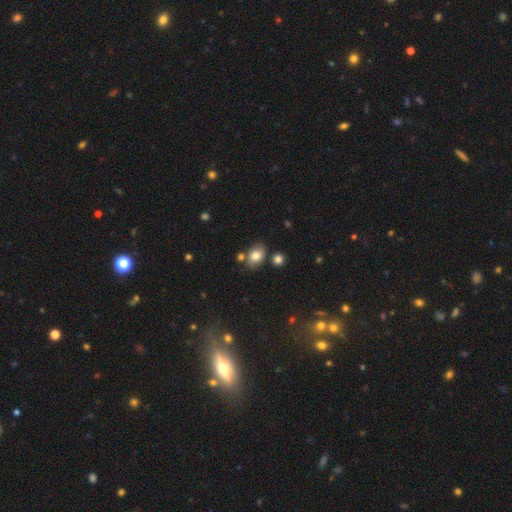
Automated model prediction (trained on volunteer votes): The model was most divided on "how rounded": in between: 70%, round: 29%, cigar-shaped: 1%. More confident: smooth or featured — smooth (78%); merging — none (71%).